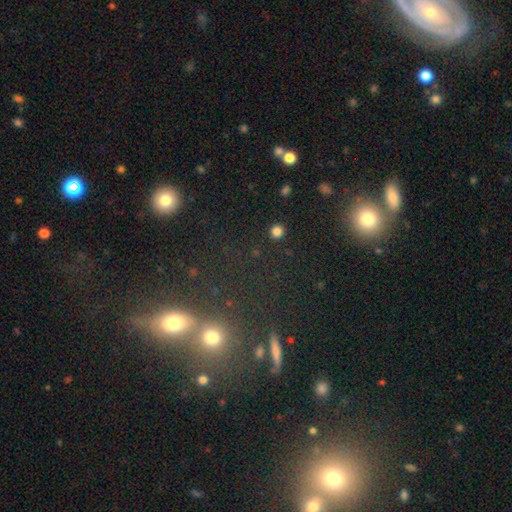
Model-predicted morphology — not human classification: smooth 43%, star or artifact 41%, featured or disk 16%. Down the decision tree: merging — none (62%).